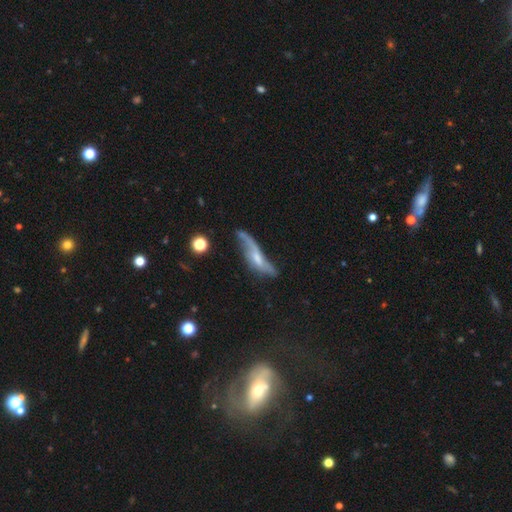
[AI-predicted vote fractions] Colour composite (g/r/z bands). It shows a featured or disk galaxy (65%). Merging: none (40%).